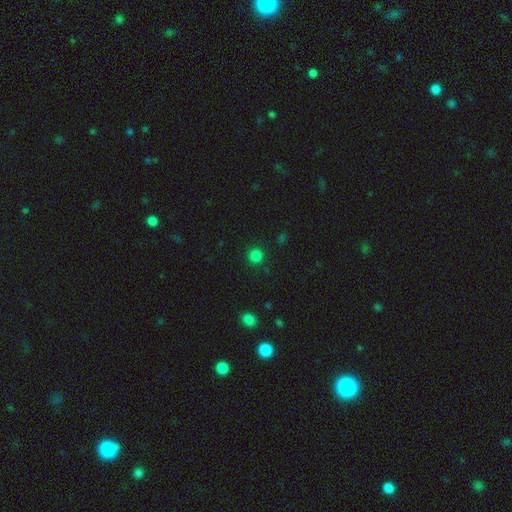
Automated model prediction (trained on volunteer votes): smooth_or_featured: smooth (p=0.82) [alt: star or artifact p=0.15]
how_rounded: round (p=0.94) [alt: in between p=0.05]
merging: none (p=0.91) [alt: minor disturbance p=0.05]